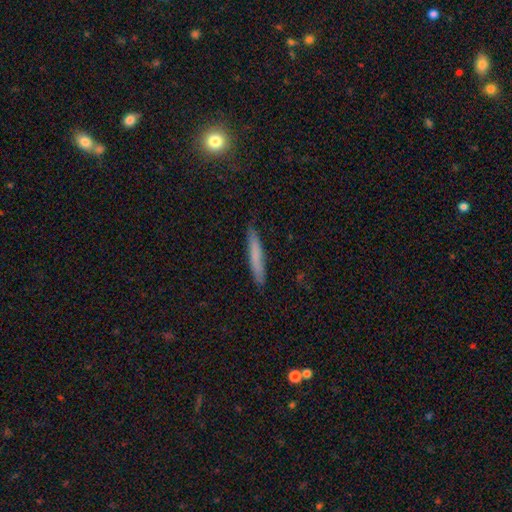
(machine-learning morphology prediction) type=smooth (72%); roundness=cigar-shaped (95%); merging=none (88%).